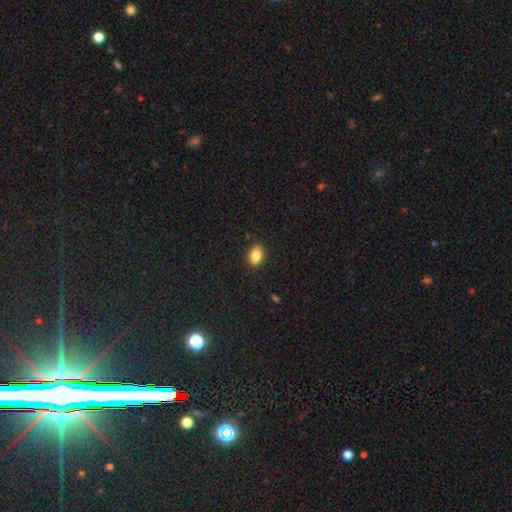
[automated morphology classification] Smooth or featured? smooth (85%)
How rounded? in between (76%)
Merging? none (88%)